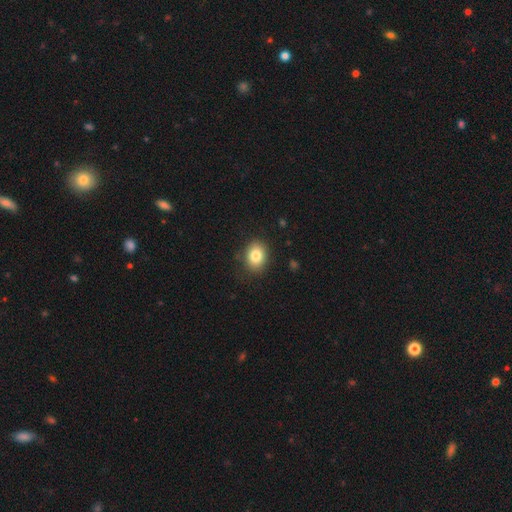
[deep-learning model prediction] A smooth galaxy with no disk features (83%) that is in between round and cigar-shaped (54%).

Vote fractions:
- Smooth or featured? smooth: 83% / star or artifact: 9% / featured or disk: 8%
- How rounded? in between: 54% / round: 45% / cigar-shaped: 1%
- Merging? none: 85% / minor disturbance: 11% / major disturbance: 3% / merger: 1%